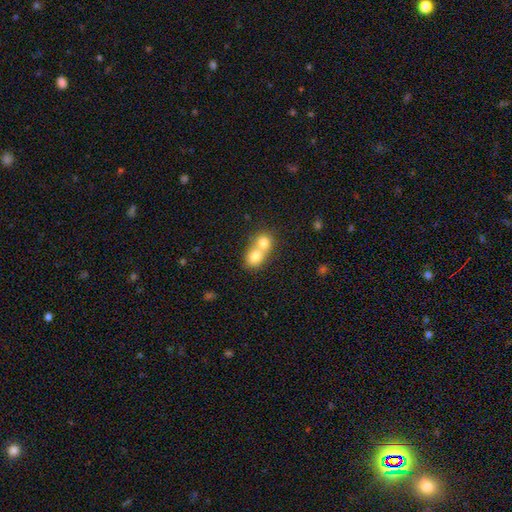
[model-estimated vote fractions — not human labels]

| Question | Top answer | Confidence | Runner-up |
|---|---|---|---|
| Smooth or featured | smooth | 75% | featured or disk (16%) |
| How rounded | round | 58% | in between (41%) |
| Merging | merger | 73% | none (21%) |